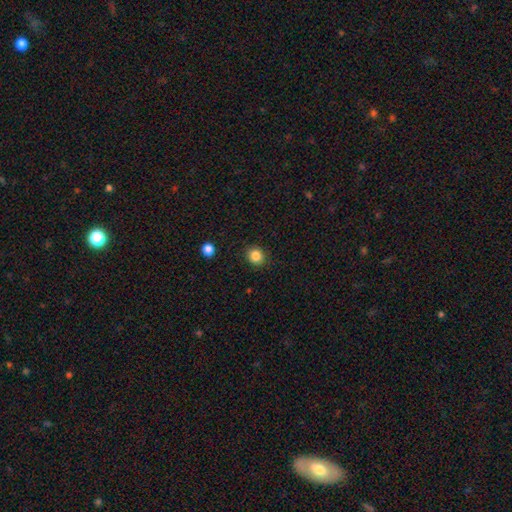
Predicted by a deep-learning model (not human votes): smooth 85%, star or artifact 11%, featured or disk 4%. Down the decision tree: how rounded — round (80%); merging — none (89%).